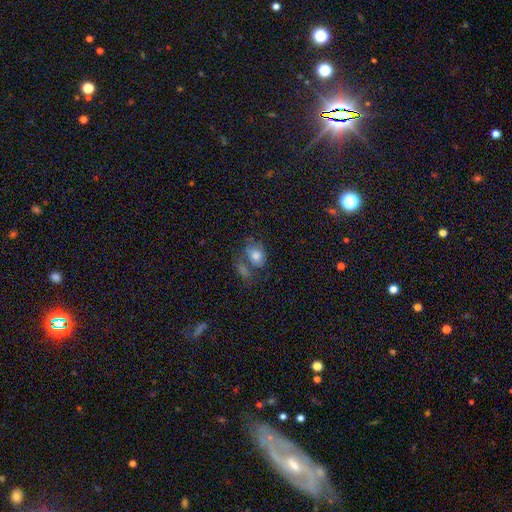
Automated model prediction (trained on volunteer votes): smooth 76%, featured or disk 15%, star or artifact 9%. Down the decision tree: how rounded — in between (66%); merging — none (38%).